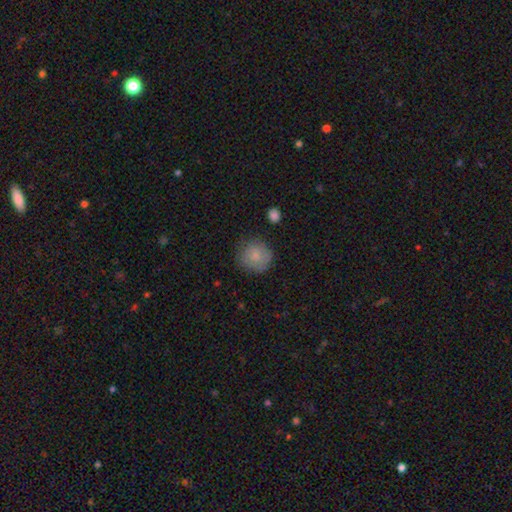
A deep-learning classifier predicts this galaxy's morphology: type=smooth (82%); roundness=round (93%); merging=none (78%).